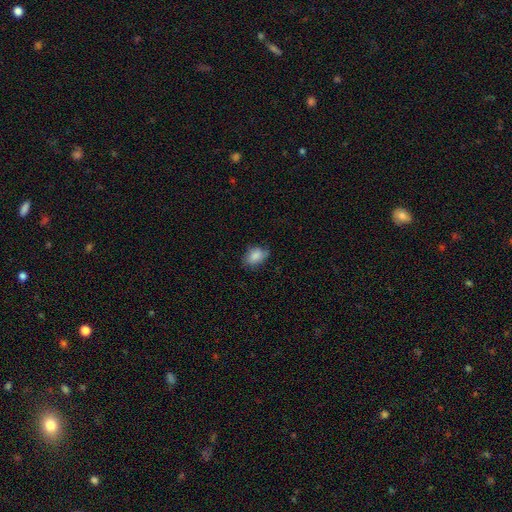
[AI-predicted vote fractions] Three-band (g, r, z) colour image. It shows a smooth galaxy with no disk features (83%) that is in between round and cigar-shaped (86%). Merging: none (65%).